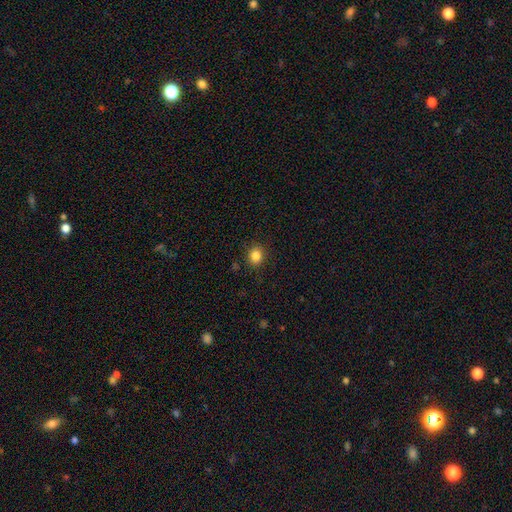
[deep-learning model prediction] smooth-or-featured: smooth: 85% | star or artifact: 11% | featured or disk: 4%
  how-rounded: round: 75% | in between: 24% | cigar-shaped: 1%
  merging: none: 89% | minor disturbance: 8% | major disturbance: 2% | merger: 1%